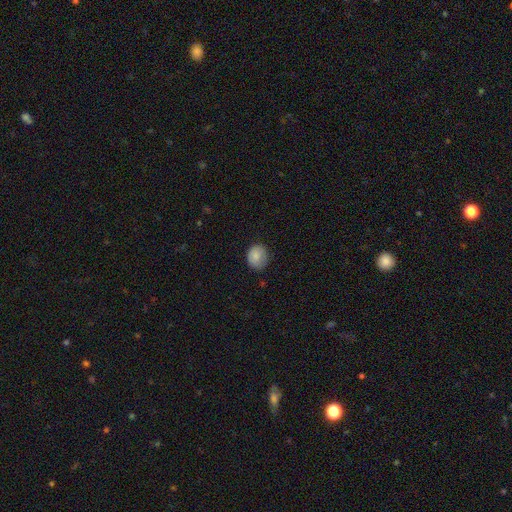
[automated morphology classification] Q: Smooth or featured?
A: smooth (84%); runner-up: featured or disk (8%)
Q: How rounded?
A: round (66%); runner-up: in between (33%)
Q: Merging?
A: none (75%); runner-up: minor disturbance (20%)